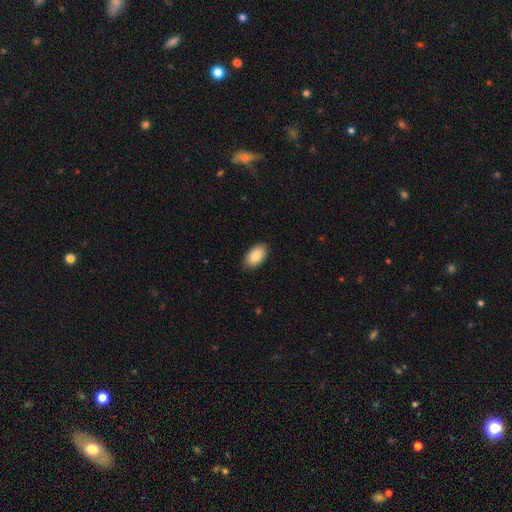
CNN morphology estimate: type=smooth (84%); roundness=in between (94%); merging=none (88%).